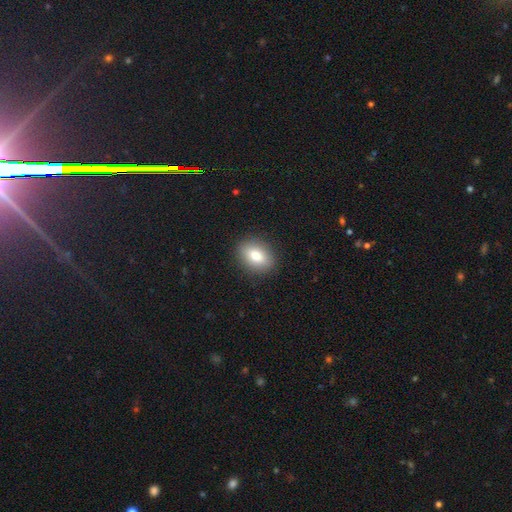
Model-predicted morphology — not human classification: This appears to be a smooth galaxy with no disk features (82%) that is in between round and cigar-shaped (78%). Merging: none (89%).